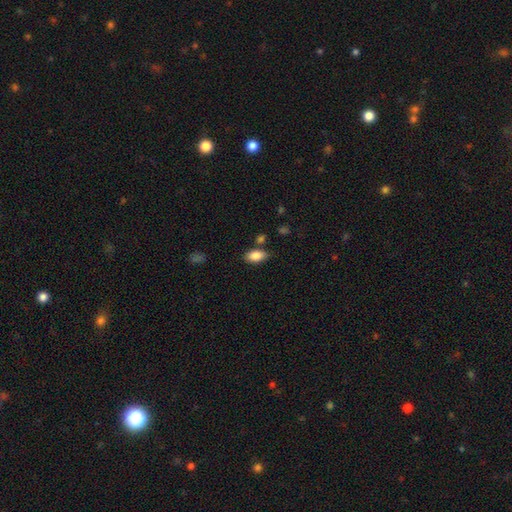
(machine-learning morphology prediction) The model was most divided on "merging": none: 76%, minor disturbance: 15%, merger: 5%, major disturbance: 3%. More confident: how rounded — in between (91%); smooth or featured — smooth (86%).